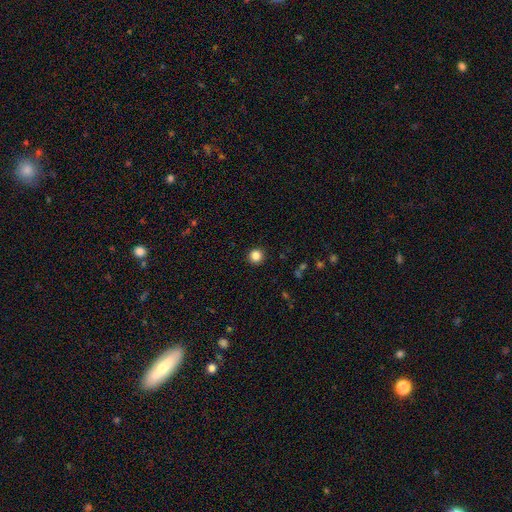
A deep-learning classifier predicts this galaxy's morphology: type=smooth (84%); roundness=round (95%); merging=none (93%).